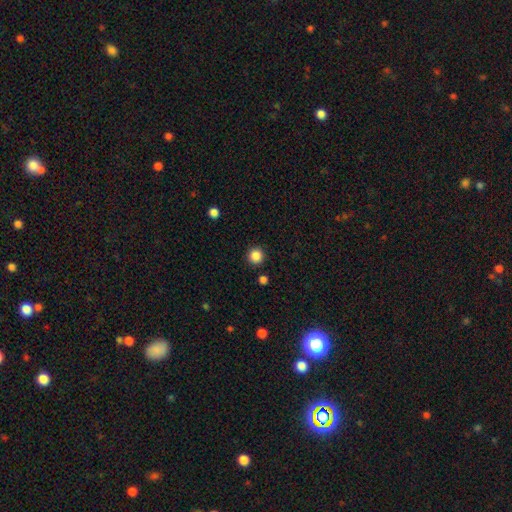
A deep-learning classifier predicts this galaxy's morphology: A smooth galaxy with no disk features (86%) that is round (96%). Merging: none (91%).